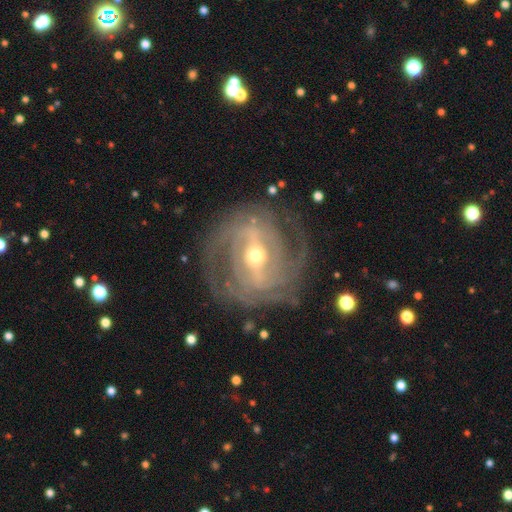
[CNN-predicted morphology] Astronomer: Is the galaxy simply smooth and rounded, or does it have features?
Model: featured or disk — 90%.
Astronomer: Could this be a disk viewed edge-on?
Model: no — 96%.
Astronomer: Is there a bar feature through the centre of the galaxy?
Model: strong — 49% (runner-up: weak, 36%).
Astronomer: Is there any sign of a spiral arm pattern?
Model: yes — 95%.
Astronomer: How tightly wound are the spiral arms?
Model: tight — 58% (runner-up: medium, 34%).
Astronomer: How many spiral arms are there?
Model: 2 — 32% (runner-up: can't tell, 24%).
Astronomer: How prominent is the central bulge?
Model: moderate — 52% (runner-up: small, 44%).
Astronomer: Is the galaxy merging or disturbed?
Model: none — 77%.